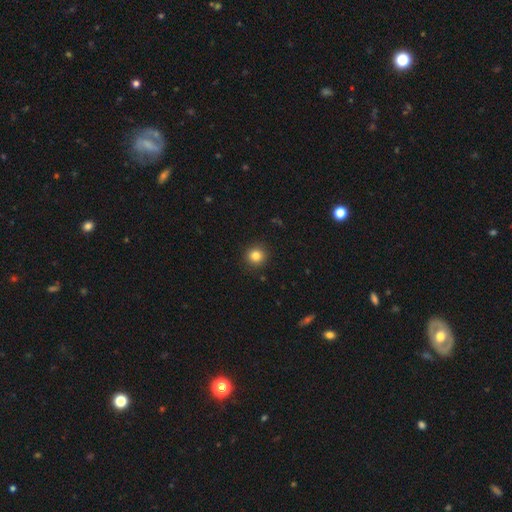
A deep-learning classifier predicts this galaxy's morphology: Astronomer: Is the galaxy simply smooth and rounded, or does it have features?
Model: smooth — 82%.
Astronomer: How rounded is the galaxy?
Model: round — 94%.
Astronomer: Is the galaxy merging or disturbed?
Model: none — 92%.